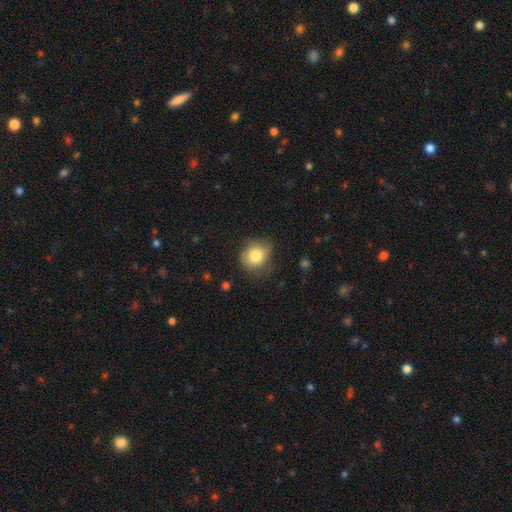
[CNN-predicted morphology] A smooth galaxy with no disk features (82%) that is round (68%). Merging: none (62%).